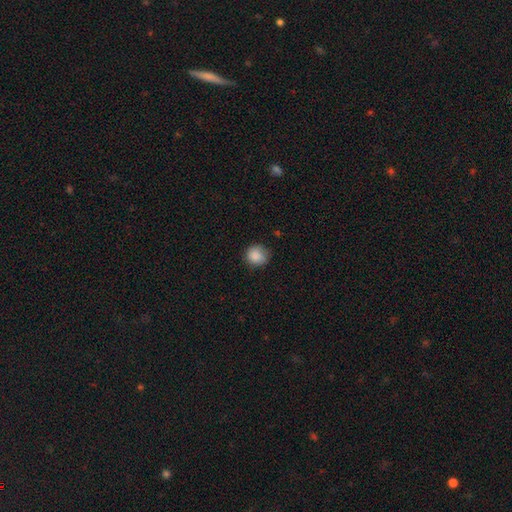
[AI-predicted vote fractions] Smooth or featured? Predicted: smooth (p=0.87). How rounded? Predicted: round (p=0.88). Merging? Predicted: none (p=0.74).